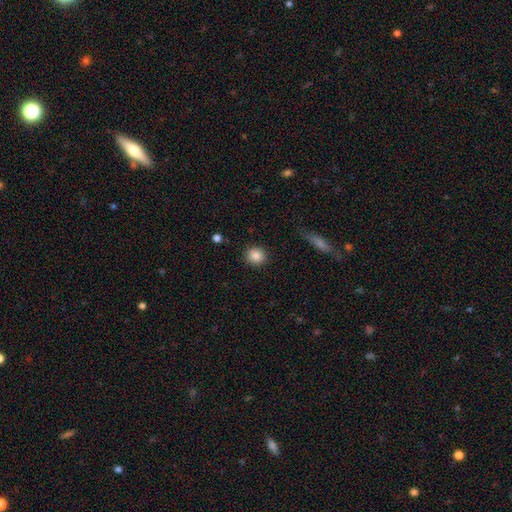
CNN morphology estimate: Smooth or featured? smooth (86%)
How rounded? round (88%)
Merging? none (89%)